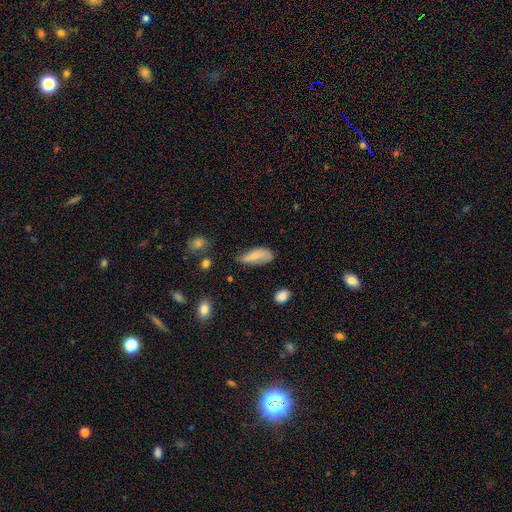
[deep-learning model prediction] Smooth or featured: smooth — 69% (featured or disk — 24%)
How rounded: in between — 82% (cigar-shaped — 15%)
Merging: minor disturbance — 42% (none — 38%)